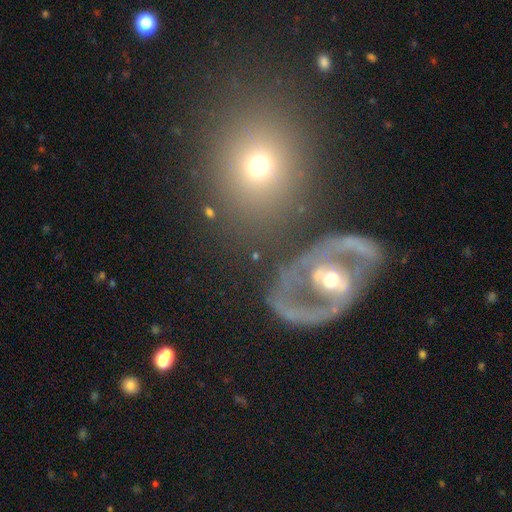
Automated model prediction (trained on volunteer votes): smooth-or-featured: featured or disk: 56% | smooth: 32% | star or artifact: 12%
  disk-edge-on: no: 93% | yes: 7%
    bar: no: 45% | weak: 29% | strong: 26%
    has-spiral-arms: yes: 60% | no: 40%
    bulge-size: moderate: 65% | small: 22% | large: 8% | none: 3% | dominant: 2%
  merging: none: 49% | merger: 20% | major disturbance: 17% | minor disturbance: 14%